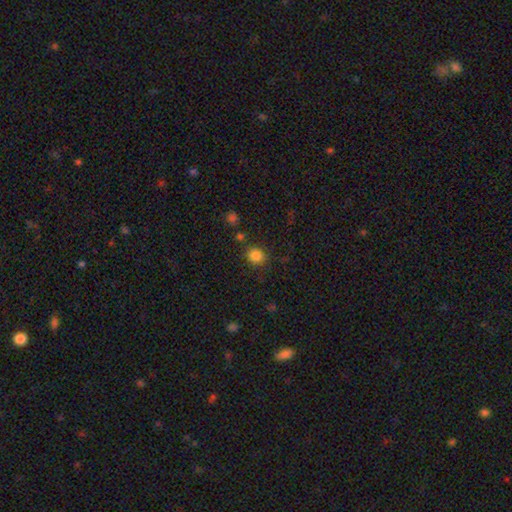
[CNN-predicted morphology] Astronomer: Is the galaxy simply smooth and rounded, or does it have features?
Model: smooth — 84%.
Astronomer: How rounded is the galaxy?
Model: round — 78%.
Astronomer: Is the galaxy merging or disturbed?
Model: none — 82%.